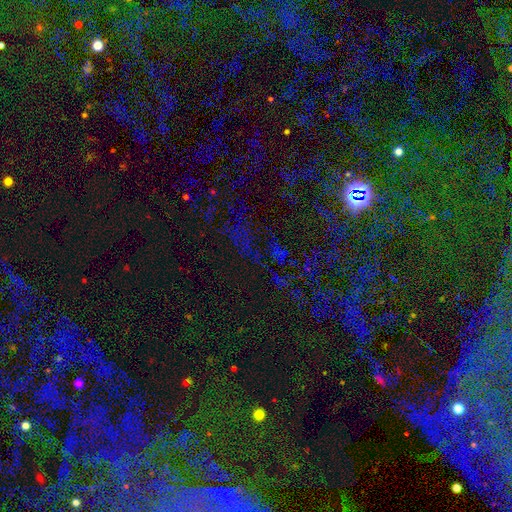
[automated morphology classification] A star or artifact, not a galaxy (75%).

Vote fractions:
- Smooth or featured? star or artifact: 75% / smooth: 16% / featured or disk: 9%